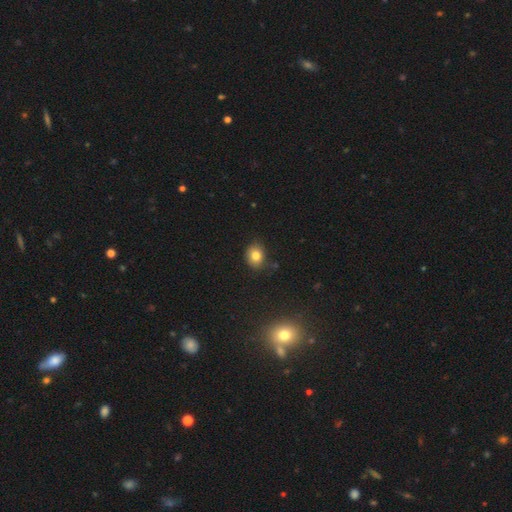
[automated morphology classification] Smooth or featured: smooth — 80% (star or artifact — 12%)
How rounded: round — 62% (in between — 37%)
Merging: none — 79% (minor disturbance — 15%)